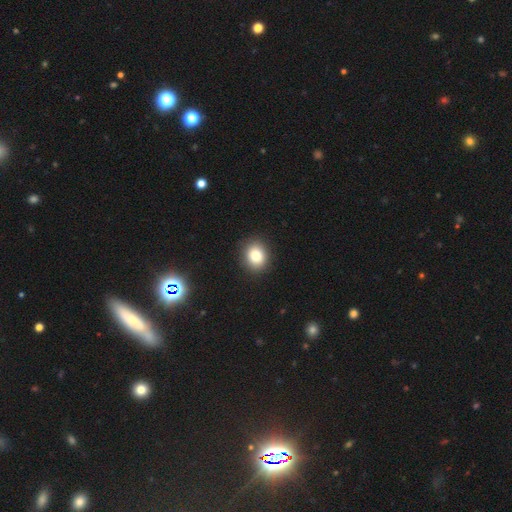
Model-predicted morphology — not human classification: This appears to be a smooth galaxy with no disk features (82%) that is round (63%). Merging: none (90%).